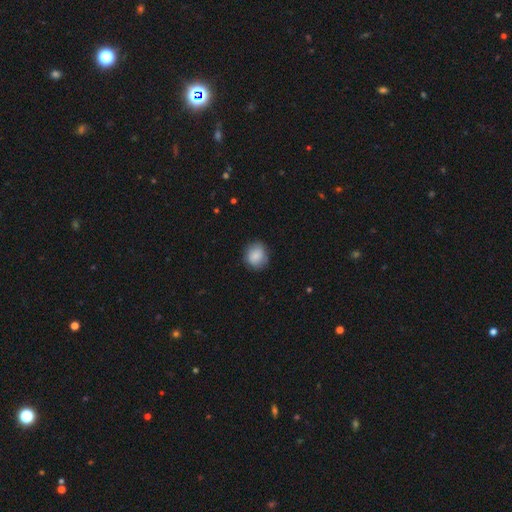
Overall: smooth (87%). How rounded: round (71%). Merging: none (75%).